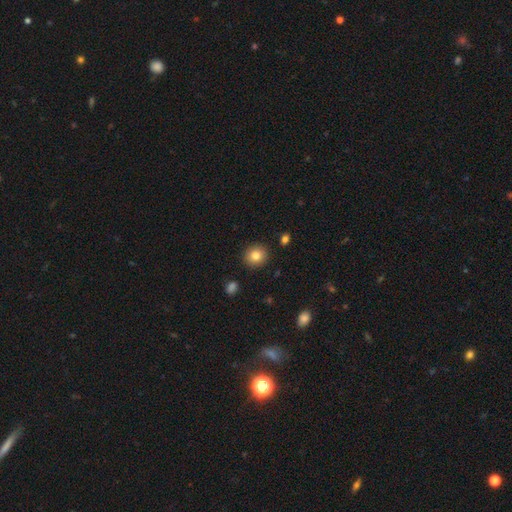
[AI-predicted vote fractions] A smooth galaxy with no disk features (83%) that is round (87%). Merging: none (91%).